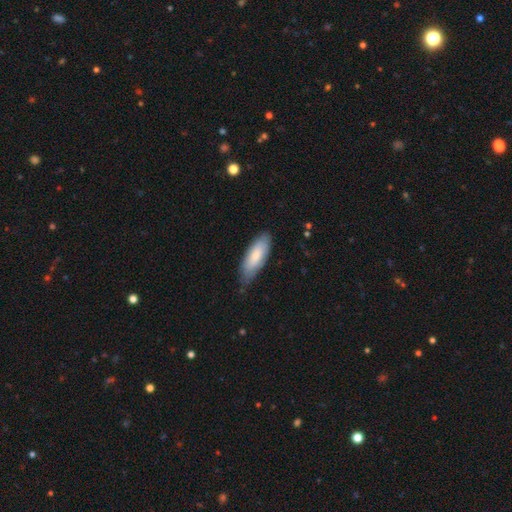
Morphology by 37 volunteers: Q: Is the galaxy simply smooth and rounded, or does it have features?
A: smooth — 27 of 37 (73%).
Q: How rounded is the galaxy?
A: in between — 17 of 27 (63%).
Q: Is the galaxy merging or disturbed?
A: none — 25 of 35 (71%).